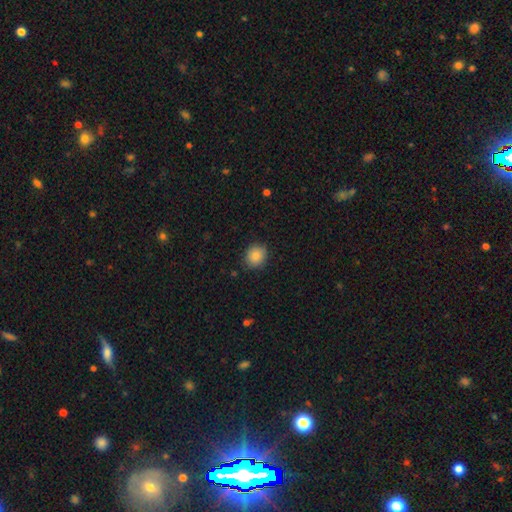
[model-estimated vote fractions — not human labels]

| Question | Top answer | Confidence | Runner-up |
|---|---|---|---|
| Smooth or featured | smooth | 87% | star or artifact (8%) |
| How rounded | round | 70% | in between (29%) |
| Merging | none | 86% | minor disturbance (11%) |